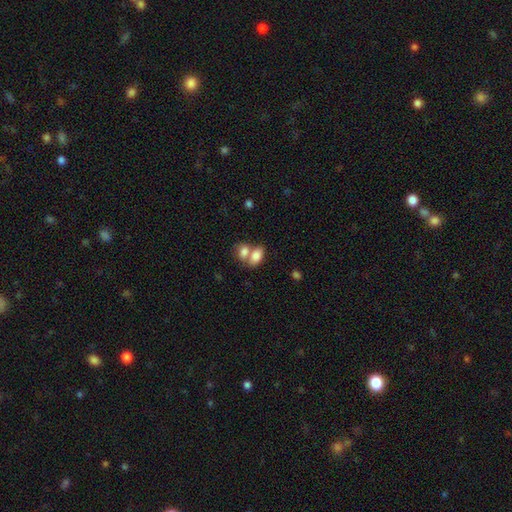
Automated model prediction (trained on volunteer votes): This is clearly a smooth galaxy (81%). How rounded: clearly in between (86%). Merging: likely merger (61%).